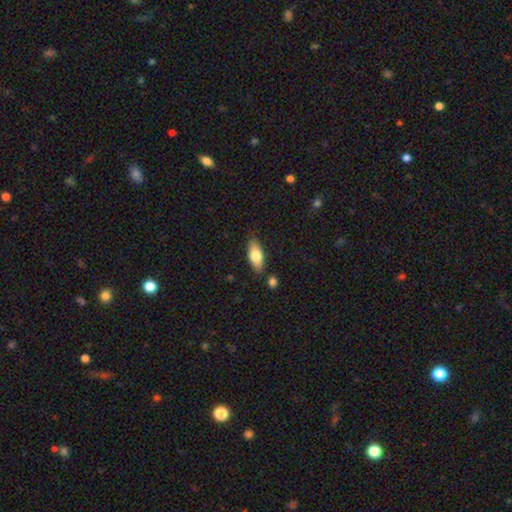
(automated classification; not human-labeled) This is likely a smooth galaxy (73%). How rounded: likely in between (80%). Merging: clearly none (82%).